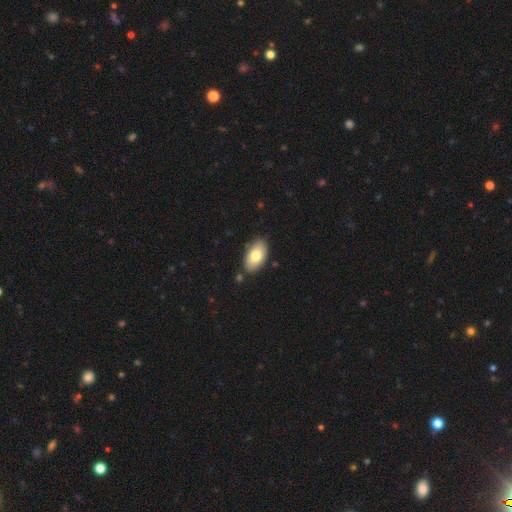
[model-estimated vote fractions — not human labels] This appears to be a smooth galaxy with no disk features (79%) that is in between round and cigar-shaped (95%). Merging: none (82%).